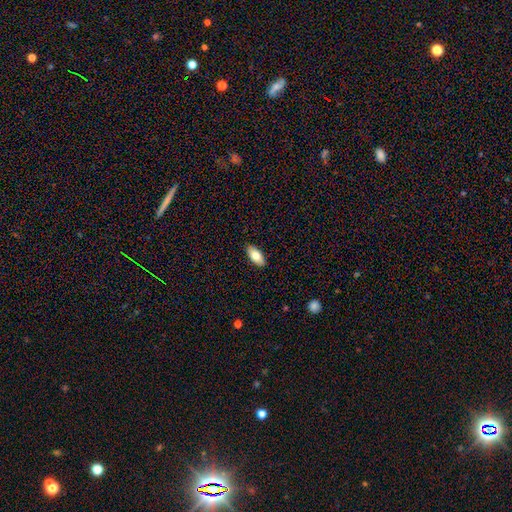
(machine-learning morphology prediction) This is likely a smooth galaxy (78%). How rounded: clearly in between (90%). Merging: clearly none (90%).